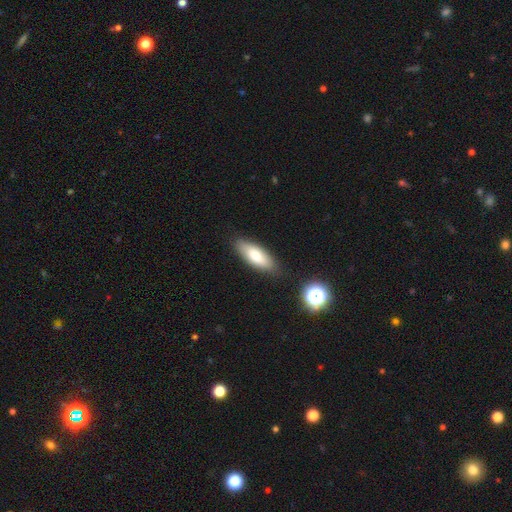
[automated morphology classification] Q: Smooth or featured?
A: smooth (75%); runner-up: featured or disk (18%)
Q: How rounded?
A: in between (69%); runner-up: cigar-shaped (29%)
Q: Merging?
A: none (83%); runner-up: minor disturbance (12%)